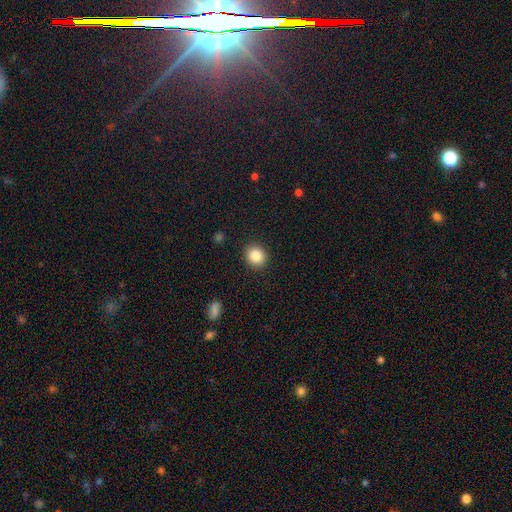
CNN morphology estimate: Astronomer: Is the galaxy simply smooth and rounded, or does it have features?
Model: smooth — 85%.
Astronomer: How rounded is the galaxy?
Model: round — 81%.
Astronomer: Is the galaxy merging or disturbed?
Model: none — 91%.